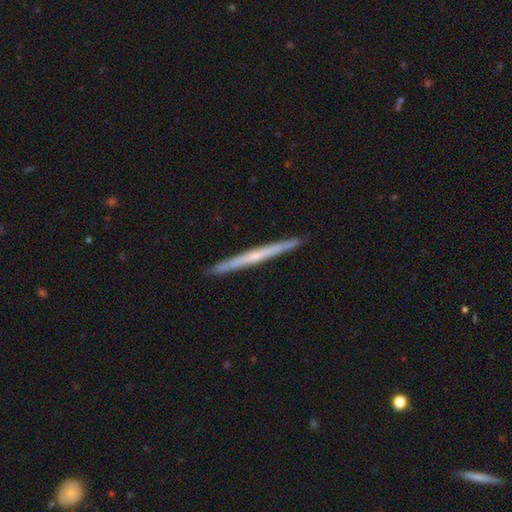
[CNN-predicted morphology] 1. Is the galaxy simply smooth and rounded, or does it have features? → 60% featured or disk, 34% smooth, 5% star or artifact.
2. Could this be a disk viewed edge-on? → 97% yes, 3% no.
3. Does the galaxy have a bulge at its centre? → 67% none, 29% rounded, 4% boxy.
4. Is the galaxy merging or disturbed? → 93% none, 5% minor disturbance, 1% major disturbance, 1% merger.